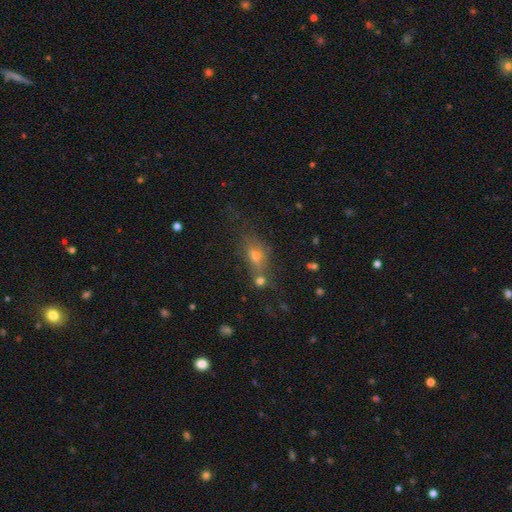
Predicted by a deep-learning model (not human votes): Smooth or featured? smooth (59%)
How rounded? in between (64%)
Merging? none (48%)